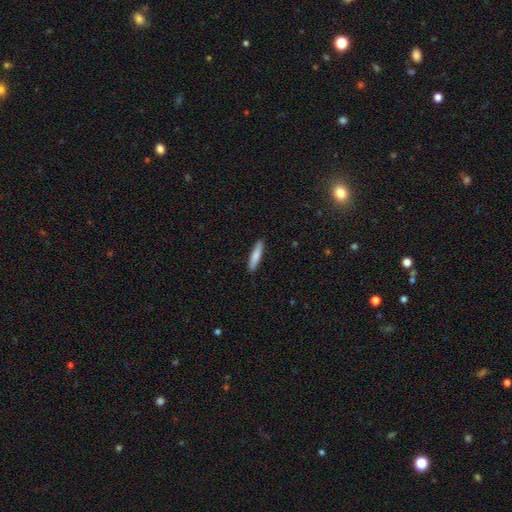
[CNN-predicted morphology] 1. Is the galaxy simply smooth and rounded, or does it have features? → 81% smooth, 14% featured or disk, 5% star or artifact.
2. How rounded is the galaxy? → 86% cigar-shaped, 13% in between, 1% round.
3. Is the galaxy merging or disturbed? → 90% none, 8% minor disturbance, 2% major disturbance, 1% merger.